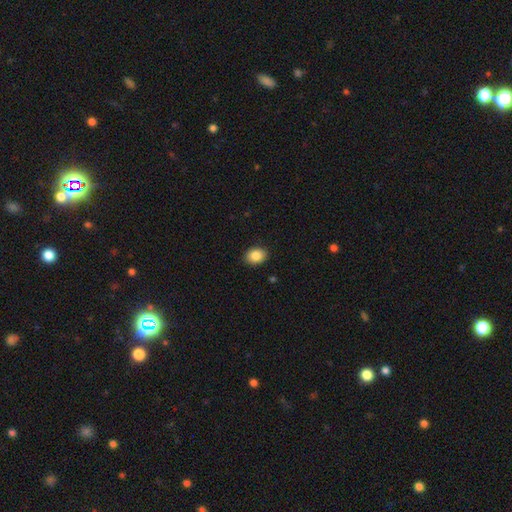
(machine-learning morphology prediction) Smooth or featured? smooth (86%)
How rounded? in between (60%)
Merging? none (90%)